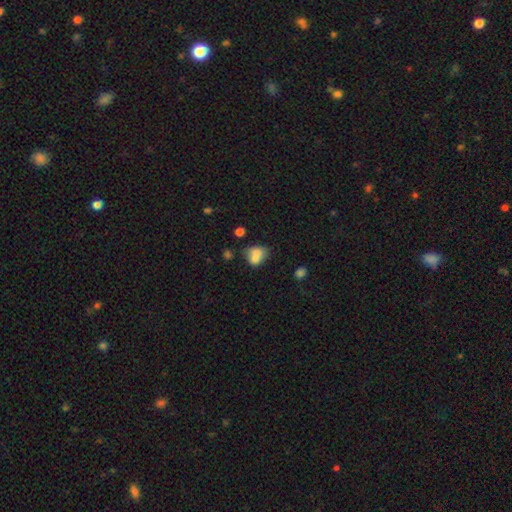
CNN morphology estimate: Smooth or featured? Predicted: smooth (p=0.74). How rounded? Predicted: in between (p=0.63). Merging? Predicted: none (p=0.35).